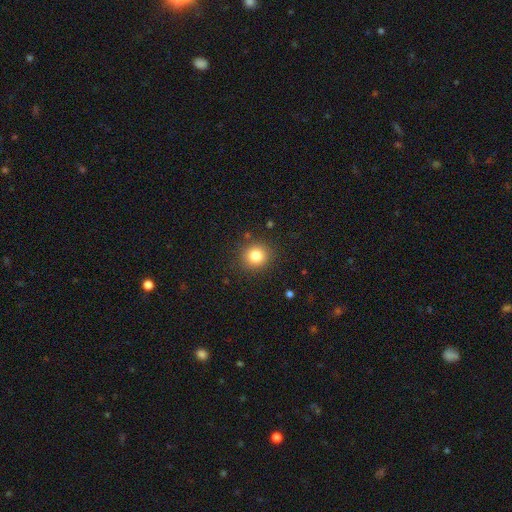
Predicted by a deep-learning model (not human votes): Smooth or featured?
  - smooth: 81% *
  - star or artifact: 12%
  - featured or disk: 7%
How rounded?
  - round: 89% *
  - in between: 10%
  - cigar-shaped: 1%
Merging?
  - none: 89% *
  - minor disturbance: 7%
  - major disturbance: 3%
  - merger: 1%